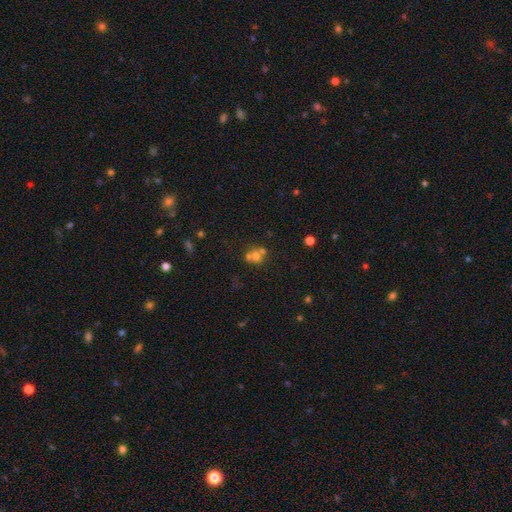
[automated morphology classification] A smooth galaxy with no disk features (58%) that is round (77%).

Vote fractions:
- Smooth or featured? smooth: 58% / featured or disk: 23% / star or artifact: 20%
- How rounded? round: 77% / in between: 21% / cigar-shaped: 1%
- Merging? merger: 49% / none: 39% / minor disturbance: 8% / major disturbance: 4%